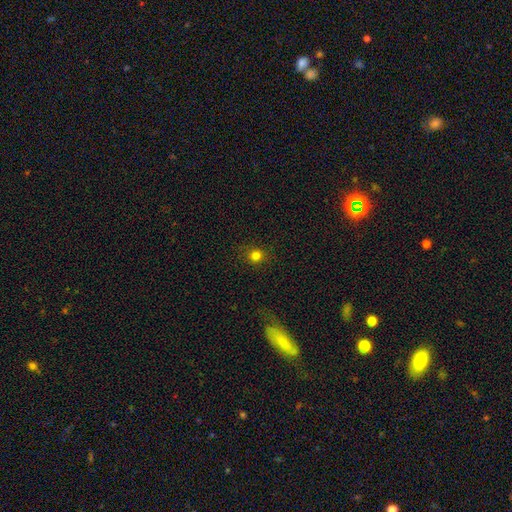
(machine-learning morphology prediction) Smooth or featured: smooth — 79% (star or artifact — 16%)
How rounded: round — 89% (in between — 10%)
Merging: none — 88% (minor disturbance — 7%)